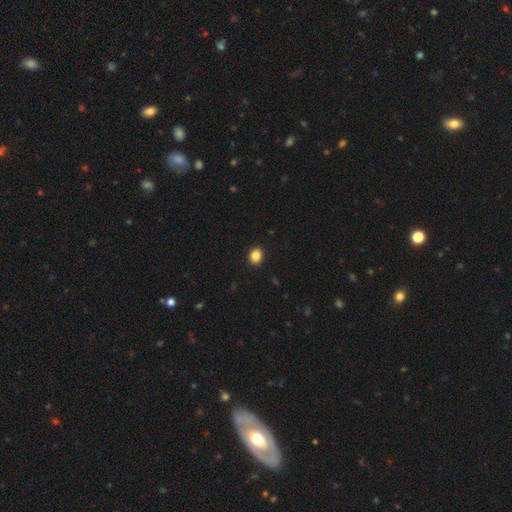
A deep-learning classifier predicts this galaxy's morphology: smooth_or_featured: smooth (p=0.86) [alt: star or artifact p=0.10]
how_rounded: round (p=0.58) [alt: in between p=0.42]
merging: none (p=0.92) [alt: minor disturbance p=0.06]